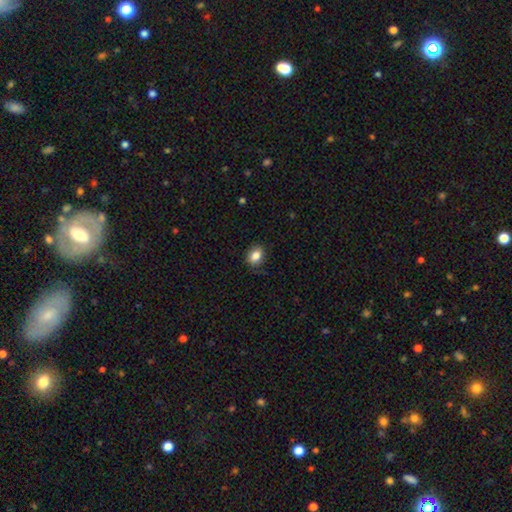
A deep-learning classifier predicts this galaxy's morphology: smooth-or-featured: smooth: 85% | star or artifact: 9% | featured or disk: 6%
  how-rounded: in between: 63% | round: 35% | cigar-shaped: 1%
  merging: none: 83% | minor disturbance: 13% | major disturbance: 3% | merger: 1%